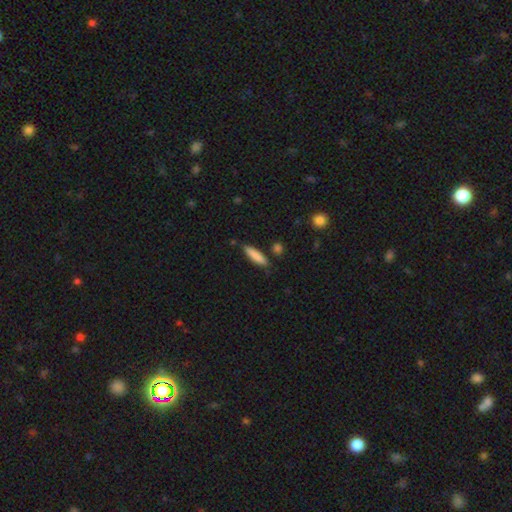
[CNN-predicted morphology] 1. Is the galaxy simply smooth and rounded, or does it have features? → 84% smooth, 10% featured or disk, 6% star or artifact.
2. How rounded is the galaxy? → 78% cigar-shaped, 20% in between, 1% round.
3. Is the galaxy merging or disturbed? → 83% none, 12% minor disturbance, 3% merger, 2% major disturbance.